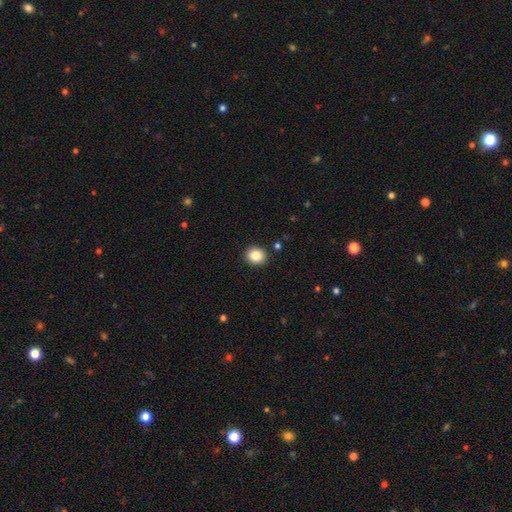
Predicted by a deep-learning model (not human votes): Overall: smooth (84%). How rounded: round (82%). Merging: none (91%).